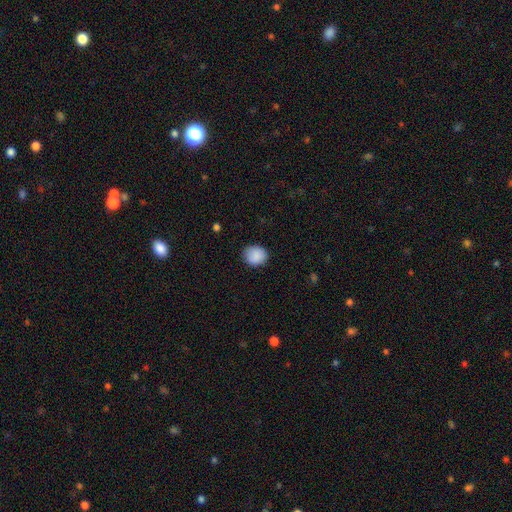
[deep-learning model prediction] smooth 89%, star or artifact 8%, featured or disk 3%. Down the decision tree: how rounded — round (77%); merging — none (87%).